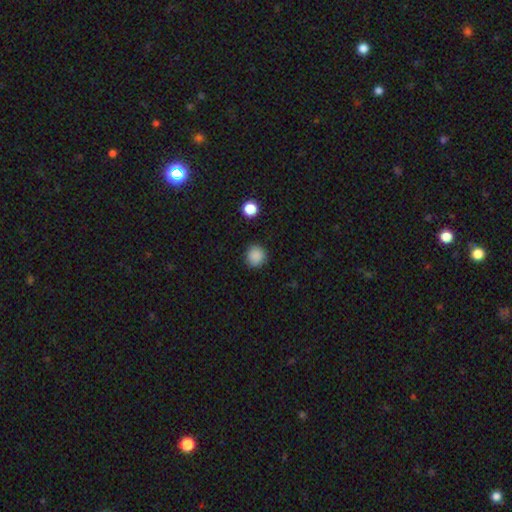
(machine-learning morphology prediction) A smooth galaxy with no disk features (87%) that is round (92%). Merging: none (89%).